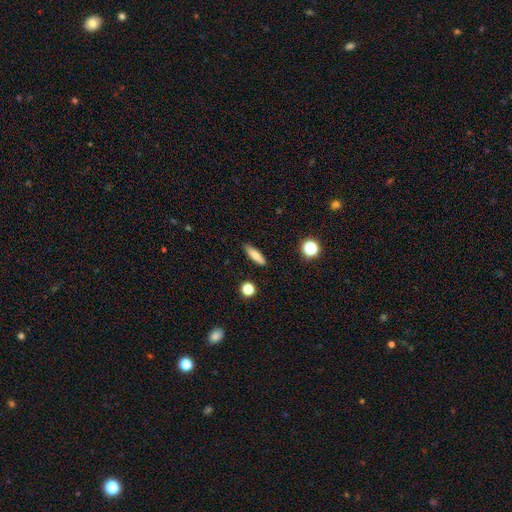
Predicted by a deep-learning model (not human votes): Overall: smooth (71%). How rounded: cigar-shaped (60%; in between 37%). Merging: none (87%).